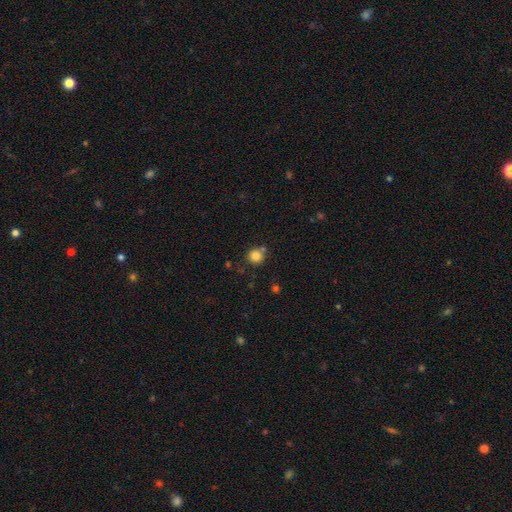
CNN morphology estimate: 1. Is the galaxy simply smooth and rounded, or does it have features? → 83% smooth, 11% star or artifact, 6% featured or disk.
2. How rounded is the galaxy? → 91% round, 8% in between, 1% cigar-shaped.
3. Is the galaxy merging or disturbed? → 73% none, 13% merger, 11% minor disturbance, 3% major disturbance.